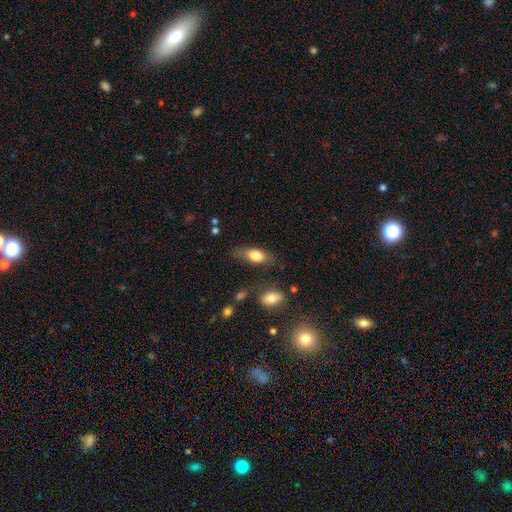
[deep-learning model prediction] Smooth or featured? smooth (74%)
How rounded? in between (78%)
Merging? none (68%)